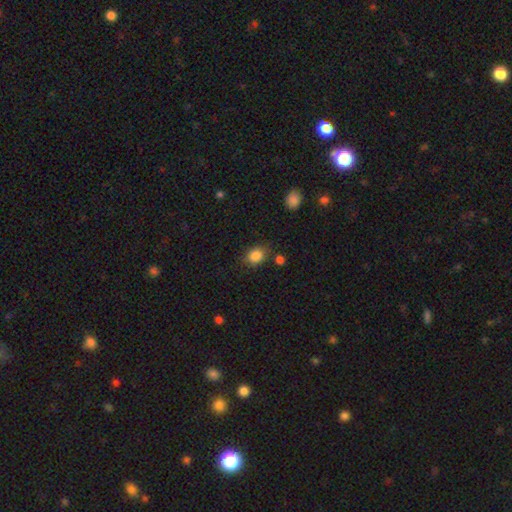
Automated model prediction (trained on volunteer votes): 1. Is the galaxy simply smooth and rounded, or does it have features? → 85% smooth, 10% star or artifact, 5% featured or disk.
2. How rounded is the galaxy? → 50% round, 48% in between, 1% cigar-shaped.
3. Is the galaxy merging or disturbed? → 76% none, 15% minor disturbance, 5% merger, 4% major disturbance.